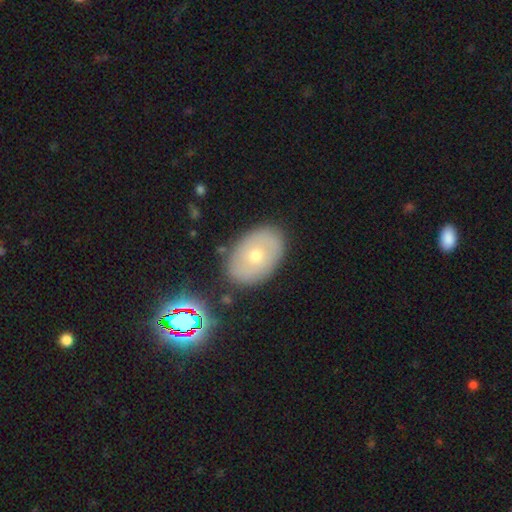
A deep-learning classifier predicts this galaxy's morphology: smooth_or_featured: smooth (p=0.52) [alt: featured or disk p=0.37]
how_rounded: in between (p=0.81) [alt: round p=0.18]
merging: none (p=0.84) [alt: minor disturbance p=0.11]